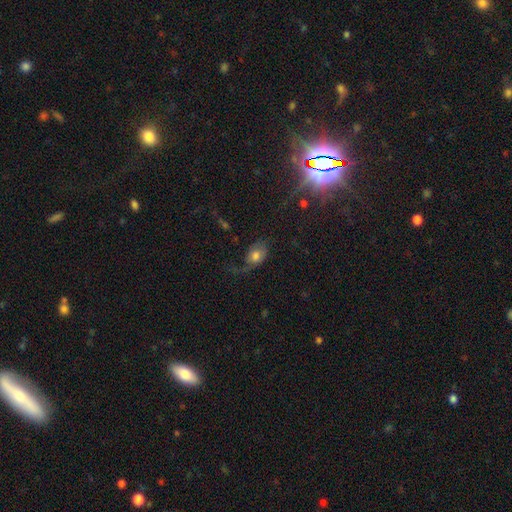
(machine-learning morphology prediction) Smooth or featured: smooth — 60% (featured or disk — 31%)
How rounded: in between — 75% (round — 23%)
Merging: major disturbance — 40% (none — 32%)